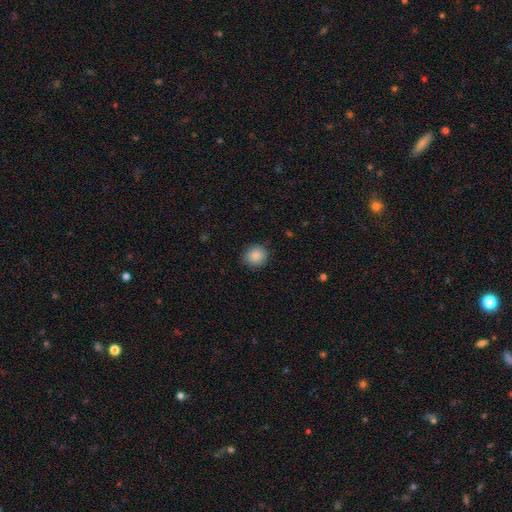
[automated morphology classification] Overall: smooth (88%). How rounded: round (86%). Merging: none (88%).